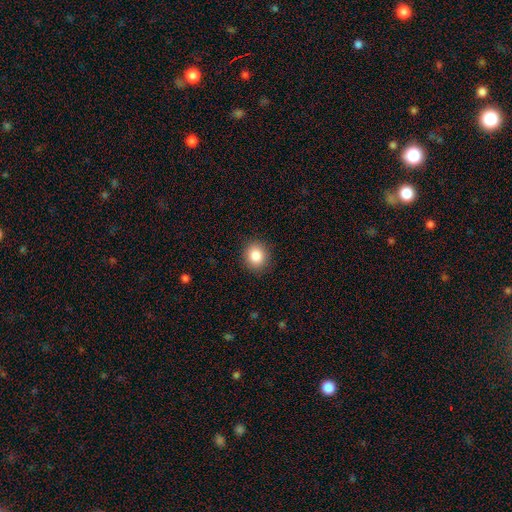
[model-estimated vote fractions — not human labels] Smooth or featured?
  - smooth: 85% *
  - star or artifact: 9%
  - featured or disk: 6%
How rounded?
  - round: 81% *
  - in between: 18%
  - cigar-shaped: 1%
Merging?
  - none: 90% *
  - minor disturbance: 7%
  - major disturbance: 2%
  - merger: 1%